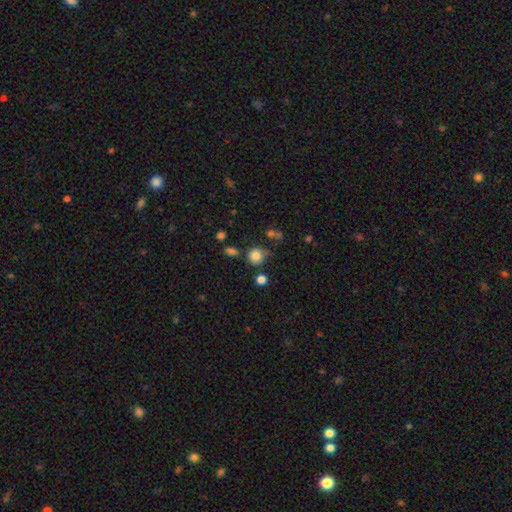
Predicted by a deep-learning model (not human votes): Smooth or featured? smooth (82%)
How rounded? round (89%)
Merging? none (68%)